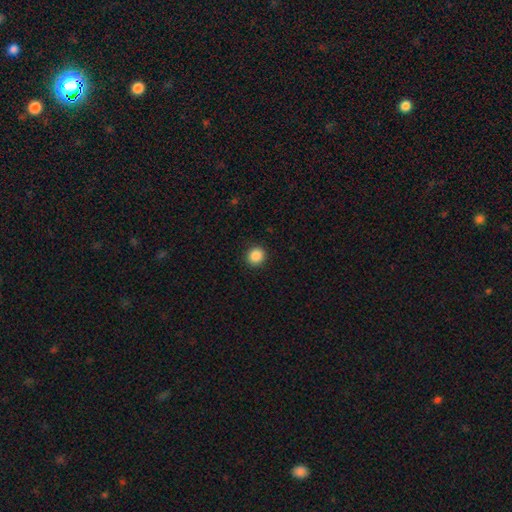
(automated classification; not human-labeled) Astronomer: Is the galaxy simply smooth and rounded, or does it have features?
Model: smooth — 87%.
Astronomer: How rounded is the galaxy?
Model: round — 90%.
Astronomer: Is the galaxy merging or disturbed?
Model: none — 92%.